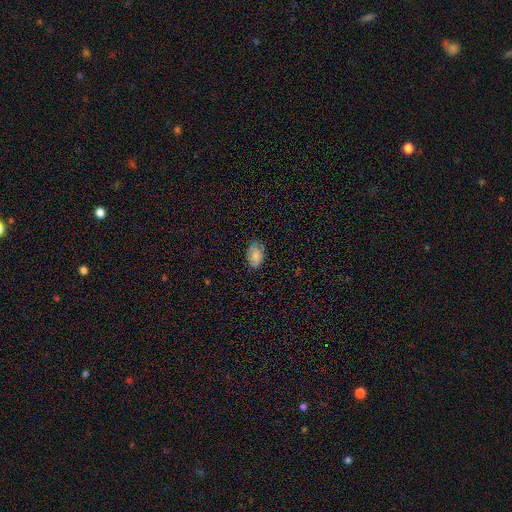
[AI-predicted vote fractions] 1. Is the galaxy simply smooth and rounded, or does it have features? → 76% smooth, 15% featured or disk, 9% star or artifact.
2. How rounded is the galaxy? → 90% in between, 9% round, 1% cigar-shaped.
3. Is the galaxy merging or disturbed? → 73% none, 21% minor disturbance, 5% major disturbance, 1% merger.